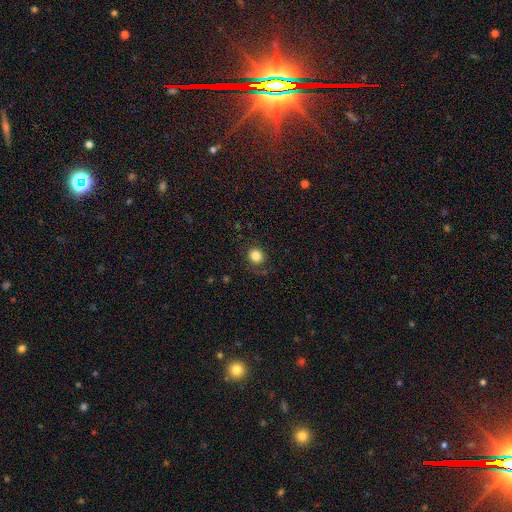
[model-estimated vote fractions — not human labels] smooth 83%, star or artifact 12%, featured or disk 5%. Down the decision tree: how rounded — round (87%); merging — none (85%).